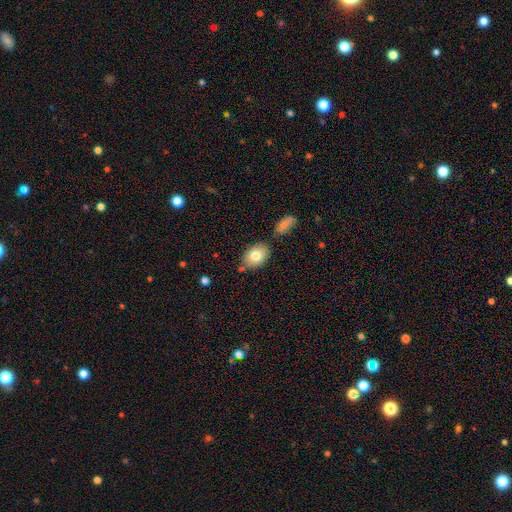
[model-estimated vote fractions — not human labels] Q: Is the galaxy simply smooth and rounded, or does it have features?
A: smooth — 79%.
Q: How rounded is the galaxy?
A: in between — 81%.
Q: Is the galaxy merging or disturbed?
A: none — 73%.